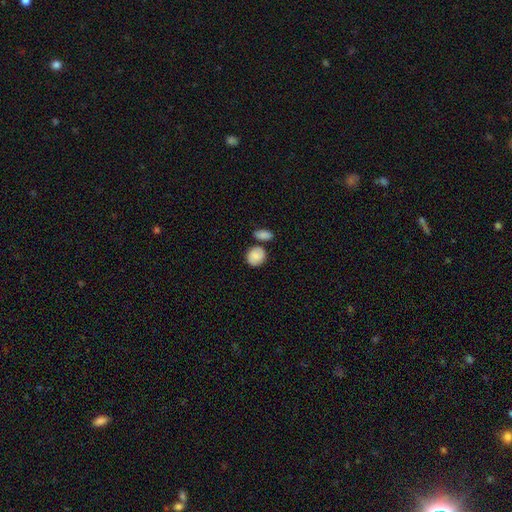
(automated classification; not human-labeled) Q: Smooth or featured?
A: smooth (82%); runner-up: featured or disk (11%)
Q: How rounded?
A: round (68%); runner-up: in between (31%)
Q: Merging?
A: none (61%); runner-up: merger (19%)